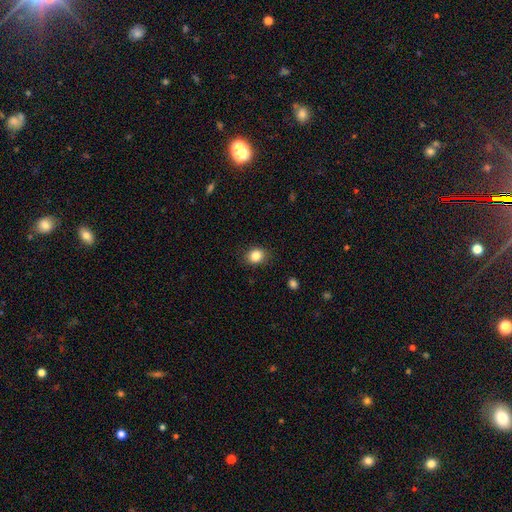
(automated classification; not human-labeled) A smooth galaxy with no disk features (85%) that is round (60%). Merging: none (86%).